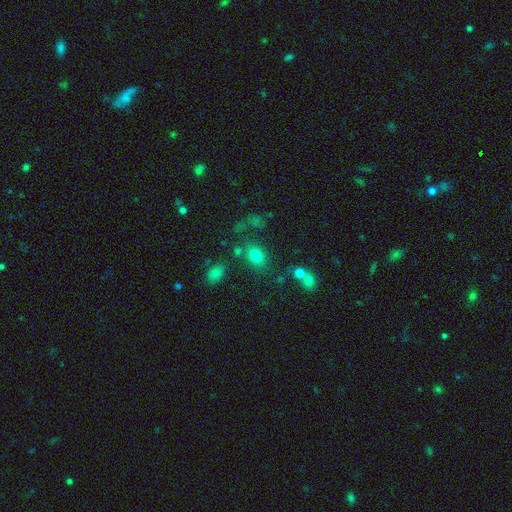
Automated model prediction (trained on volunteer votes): Morphology: type=smooth (75%); roundness=in between (62%); merging=none (68%).